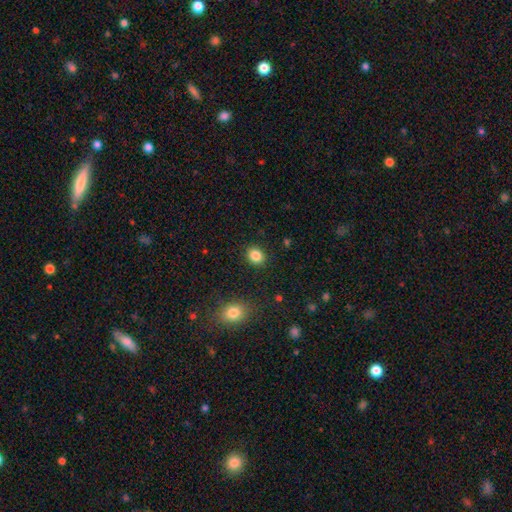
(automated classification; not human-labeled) Q: Smooth or featured?
A: smooth (85%); runner-up: star or artifact (10%)
Q: How rounded?
A: round (57%); runner-up: in between (42%)
Q: Merging?
A: none (89%); runner-up: minor disturbance (7%)